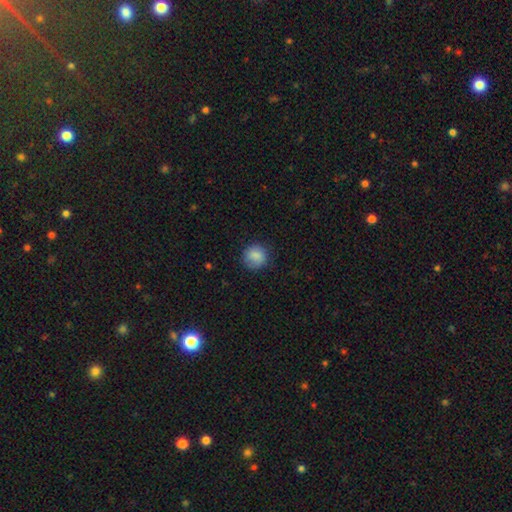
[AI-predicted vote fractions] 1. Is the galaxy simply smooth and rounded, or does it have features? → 87% smooth, 8% star or artifact, 5% featured or disk.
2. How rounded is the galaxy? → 92% round, 7% in between, 1% cigar-shaped.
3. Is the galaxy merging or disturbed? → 84% none, 12% minor disturbance, 3% major disturbance, 1% merger.